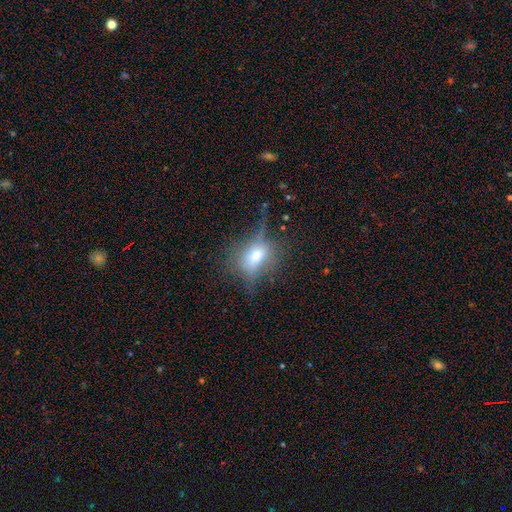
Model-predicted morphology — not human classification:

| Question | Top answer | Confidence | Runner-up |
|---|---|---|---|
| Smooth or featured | smooth | 47% | featured or disk (38%) |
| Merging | none | 50% | minor disturbance (25%) |